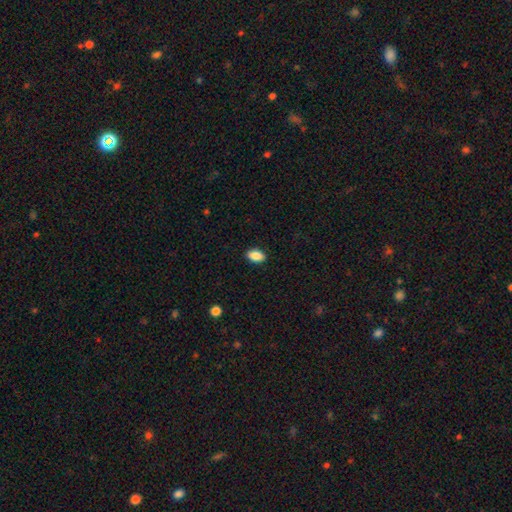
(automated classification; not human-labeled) smooth-or-featured: smooth: 89% | star or artifact: 7% | featured or disk: 4%
  how-rounded: in between: 90% | round: 8% | cigar-shaped: 2%
  merging: none: 90% | minor disturbance: 7% | major disturbance: 2% | merger: 1%